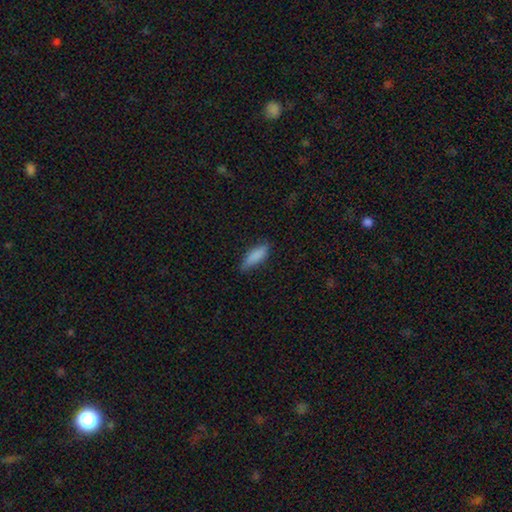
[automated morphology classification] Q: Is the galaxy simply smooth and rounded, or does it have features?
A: smooth — 86%.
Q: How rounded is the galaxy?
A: in between — 60%.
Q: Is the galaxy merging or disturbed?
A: none — 73%.